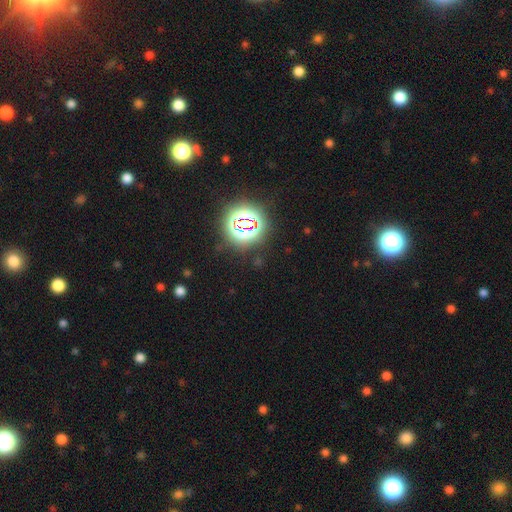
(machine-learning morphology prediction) Smooth or featured: star or artifact — 78% (smooth — 15%)